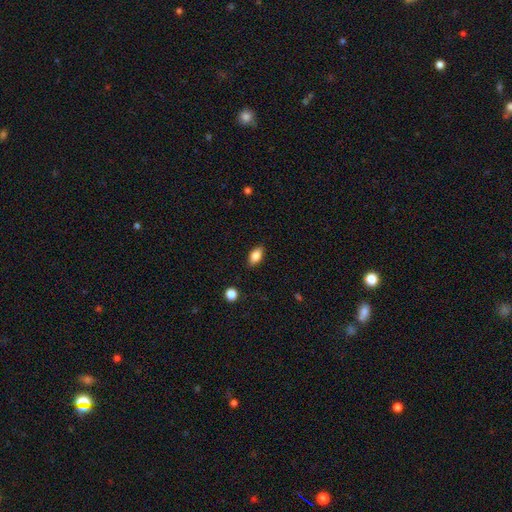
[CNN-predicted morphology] smooth 85%, star or artifact 8%, featured or disk 7%. Down the decision tree: how rounded — in between (90%); merging — none (86%).